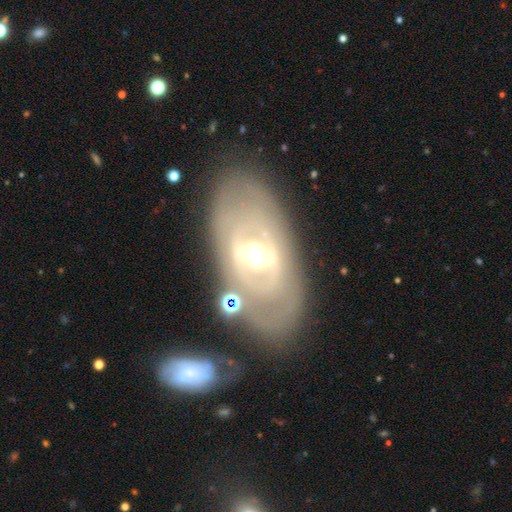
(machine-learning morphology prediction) smooth_or_featured: featured or disk (p=0.76) [alt: smooth p=0.18]
disk_edge_on: no (p=0.90) [alt: yes p=0.10]
bar: weak (p=0.39) [alt: no p=0.38]
has_spiral_arms: yes (p=0.51) [alt: no p=0.49]
bulge_size: moderate (p=0.64) [alt: small p=0.27]
merging: none (p=0.72) [alt: minor disturbance p=0.14]